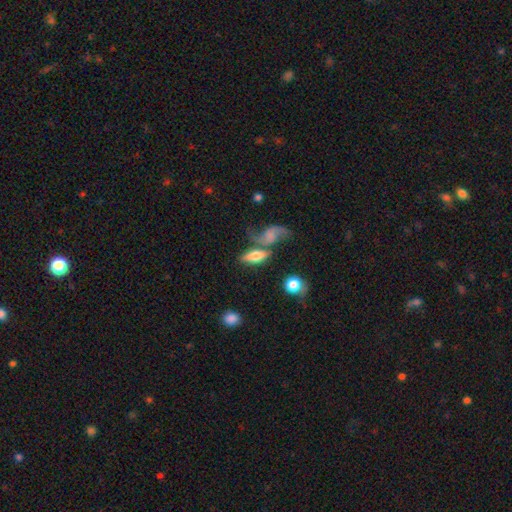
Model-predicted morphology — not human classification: Q: Smooth or featured?
A: smooth (54%); runner-up: featured or disk (37%)
Q: How rounded?
A: in between (64%); runner-up: cigar-shaped (30%)
Q: Merging?
A: none (41%); runner-up: merger (35%)